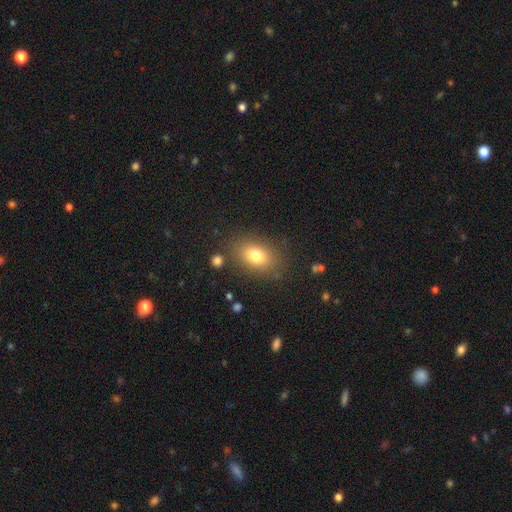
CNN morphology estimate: smooth_or_featured: smooth (p=0.77) [alt: featured or disk p=0.12]
how_rounded: in between (p=0.78) [alt: round p=0.20]
merging: none (p=0.80) [alt: minor disturbance p=0.12]